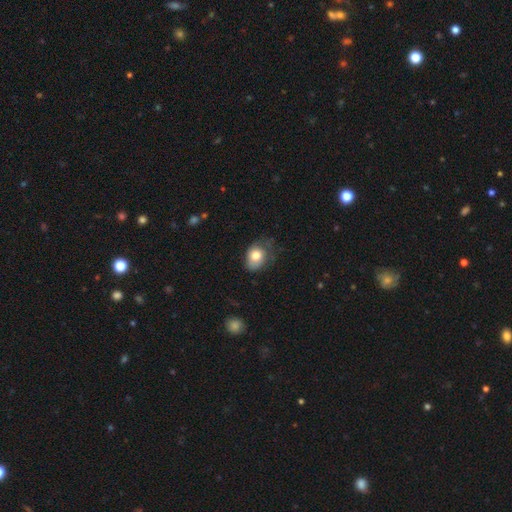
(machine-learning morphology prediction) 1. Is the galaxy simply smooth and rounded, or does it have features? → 77% smooth, 15% featured or disk, 8% star or artifact.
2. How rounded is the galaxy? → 57% in between, 42% round, 1% cigar-shaped.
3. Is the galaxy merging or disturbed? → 46% none, 36% minor disturbance, 17% major disturbance, 2% merger.